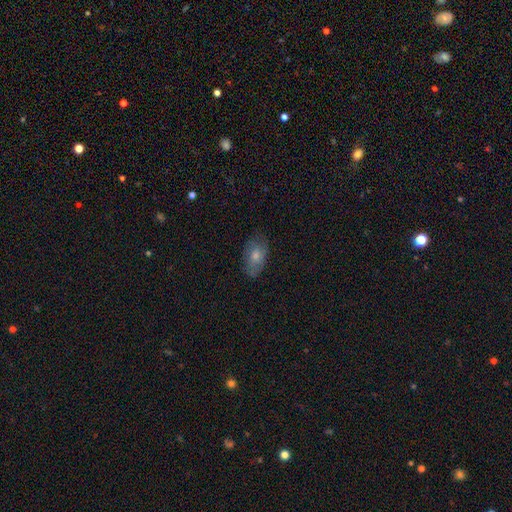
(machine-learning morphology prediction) type=smooth (52%); roundness=in between (88%); merging=none (78%).